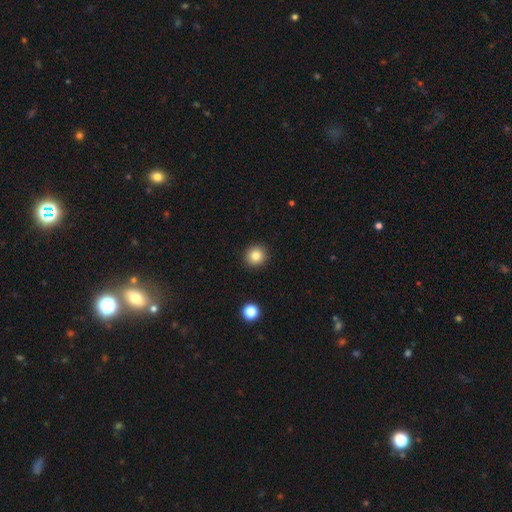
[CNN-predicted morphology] smooth-or-featured: smooth: 84% | star or artifact: 11% | featured or disk: 5%
  how-rounded: round: 92% | in between: 7% | cigar-shaped: 1%
  merging: none: 92% | minor disturbance: 5% | major disturbance: 2% | merger: 1%